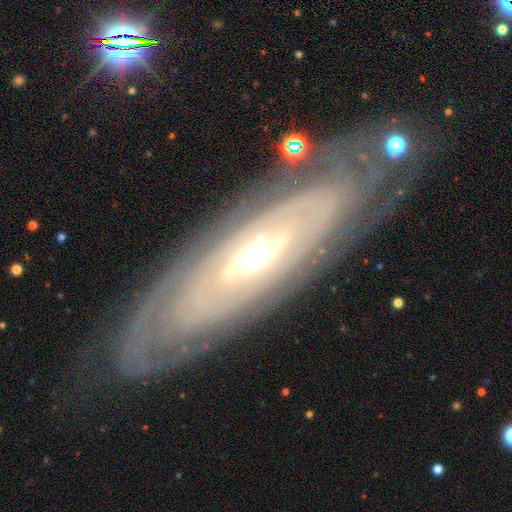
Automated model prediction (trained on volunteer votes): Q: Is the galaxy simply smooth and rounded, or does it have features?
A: featured or disk — 82%.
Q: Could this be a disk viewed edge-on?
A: no — 77%.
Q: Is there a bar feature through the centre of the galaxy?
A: no — 58%.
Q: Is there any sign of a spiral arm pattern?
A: yes — 67%.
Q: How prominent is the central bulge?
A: moderate — 67%.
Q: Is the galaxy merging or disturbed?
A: none — 72%.